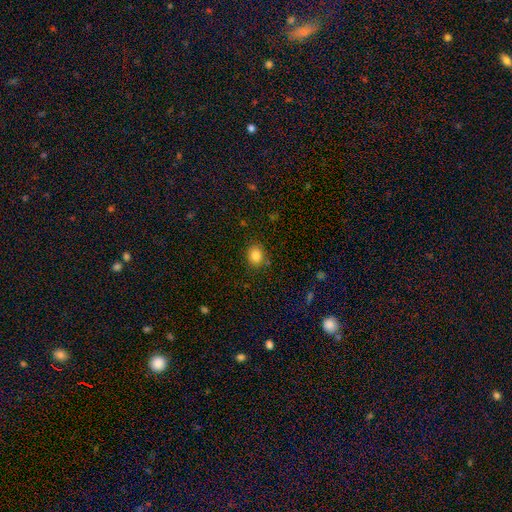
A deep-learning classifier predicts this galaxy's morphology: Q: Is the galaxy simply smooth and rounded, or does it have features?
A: smooth — 85%.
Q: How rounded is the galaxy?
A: round — 67%.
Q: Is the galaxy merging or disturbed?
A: none — 82%.